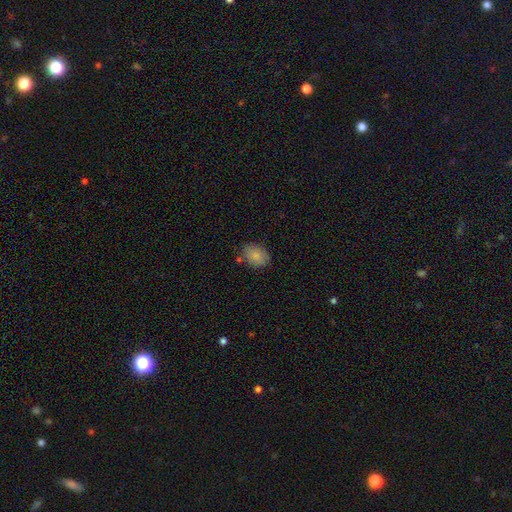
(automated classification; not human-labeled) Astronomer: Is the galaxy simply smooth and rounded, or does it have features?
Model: smooth — 85%.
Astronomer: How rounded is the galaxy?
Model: in between — 73%.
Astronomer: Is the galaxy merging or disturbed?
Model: none — 74%.